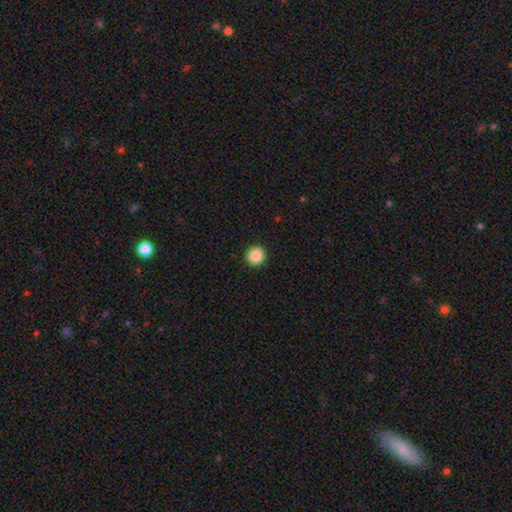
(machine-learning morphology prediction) This appears to be a smooth galaxy with no disk features (87%) that is round (93%). Merging: none (93%).